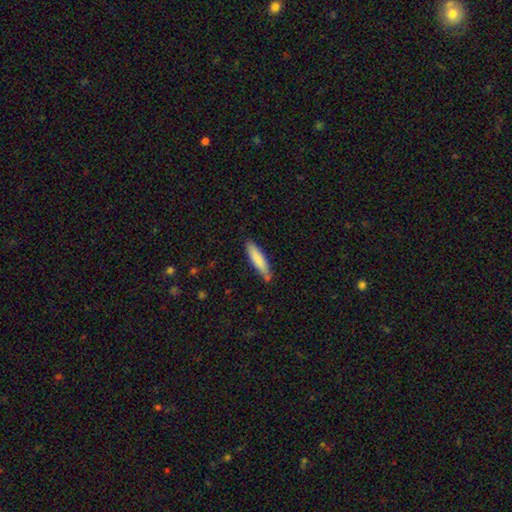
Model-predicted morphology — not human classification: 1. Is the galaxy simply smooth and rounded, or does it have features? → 82% smooth, 12% featured or disk, 6% star or artifact.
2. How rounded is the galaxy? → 81% cigar-shaped, 18% in between, 1% round.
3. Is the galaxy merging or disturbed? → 79% none, 16% minor disturbance, 3% merger, 3% major disturbance.